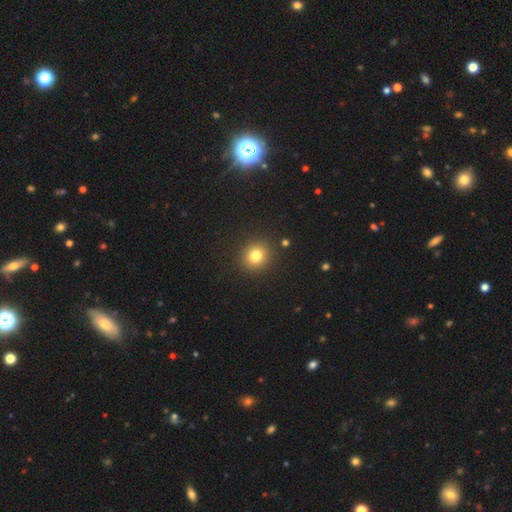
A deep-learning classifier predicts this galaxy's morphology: smooth_or_featured: smooth (p=0.80) [alt: star or artifact p=0.13]
how_rounded: round (p=0.86) [alt: in between p=0.13]
merging: none (p=0.90) [alt: minor disturbance p=0.06]